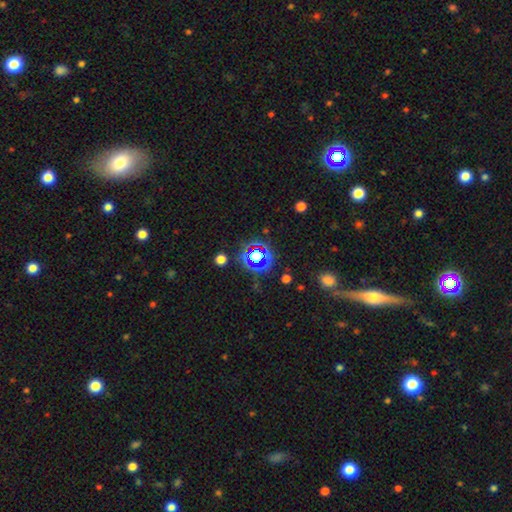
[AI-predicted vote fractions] smooth_or_featured: star or artifact (p=0.65) [alt: smooth p=0.24]